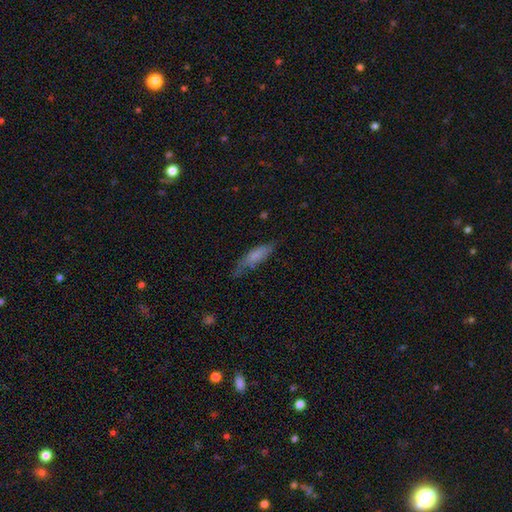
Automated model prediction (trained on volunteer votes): Overall: smooth (70%). How rounded: cigar-shaped (55%; in between 43%). Merging: none (57%; minor disturbance 30%).